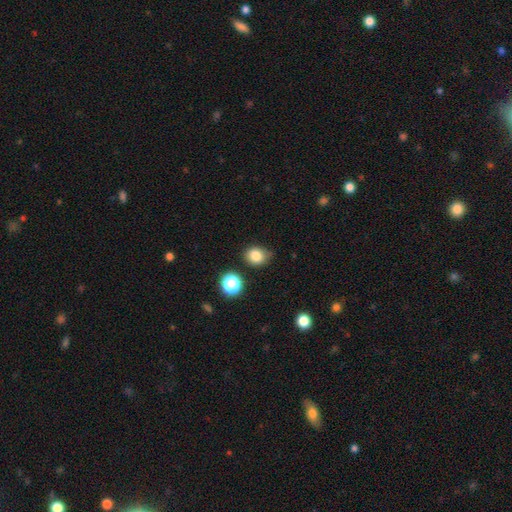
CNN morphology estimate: Overall: smooth (82%). How rounded: round (64%; in between 35%). Merging: none (72%).